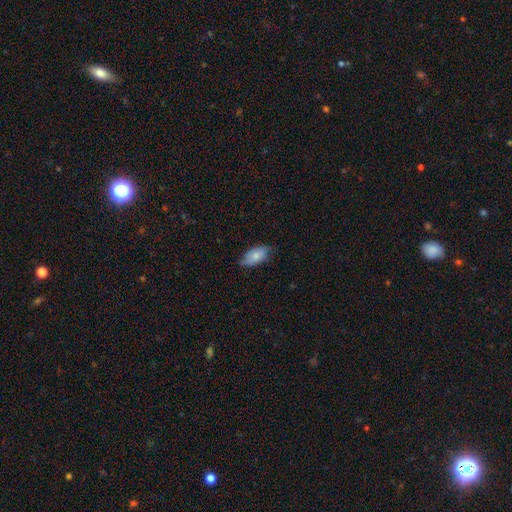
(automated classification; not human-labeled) smooth-or-featured: smooth: 76% | featured or disk: 17% | star or artifact: 6%
  how-rounded: in between: 93% | round: 4% | cigar-shaped: 3%
  merging: none: 67% | minor disturbance: 28% | major disturbance: 5% | merger: 1%